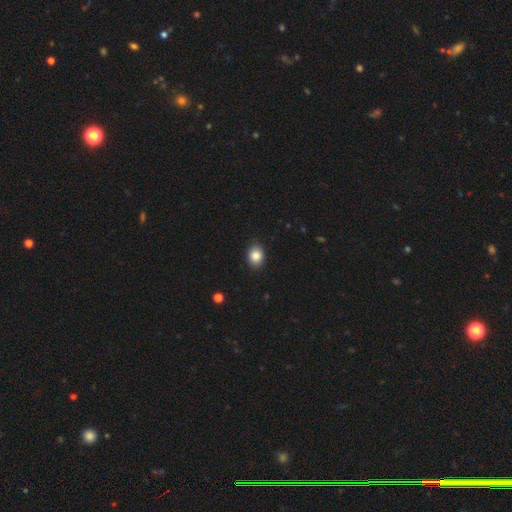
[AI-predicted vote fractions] This is clearly a smooth galaxy (86%). How rounded: possibly in between (57%). Merging: clearly none (88%).